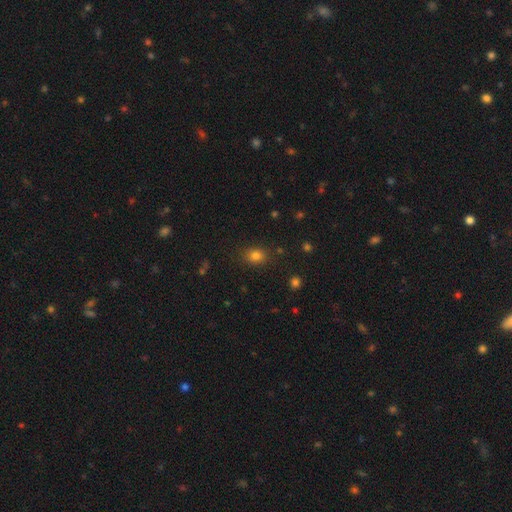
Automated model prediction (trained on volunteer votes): smooth 80%, star or artifact 14%, featured or disk 6%. Down the decision tree: how rounded — in between (50%); merging — none (85%).